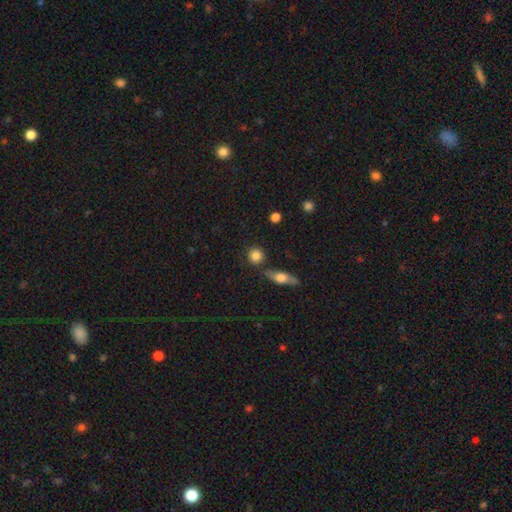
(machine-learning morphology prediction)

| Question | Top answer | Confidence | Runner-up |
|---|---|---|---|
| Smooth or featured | smooth | 83% | star or artifact (9%) |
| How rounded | round | 88% | in between (10%) |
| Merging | none | 78% | minor disturbance (10%) |